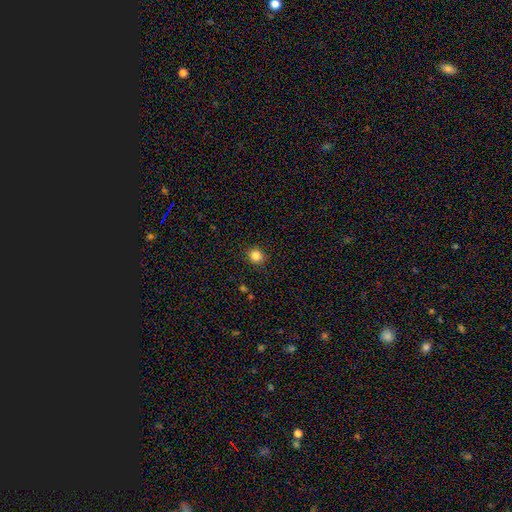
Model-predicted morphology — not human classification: type=smooth (85%); roundness=round (87%); merging=none (90%).